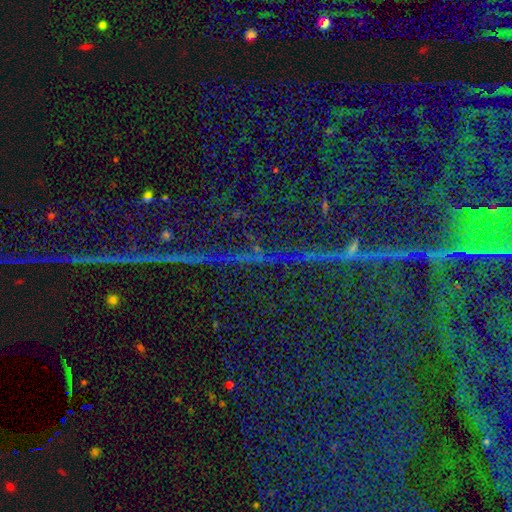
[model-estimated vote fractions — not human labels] This is clearly a star or artifact rather than a galaxy (84%).